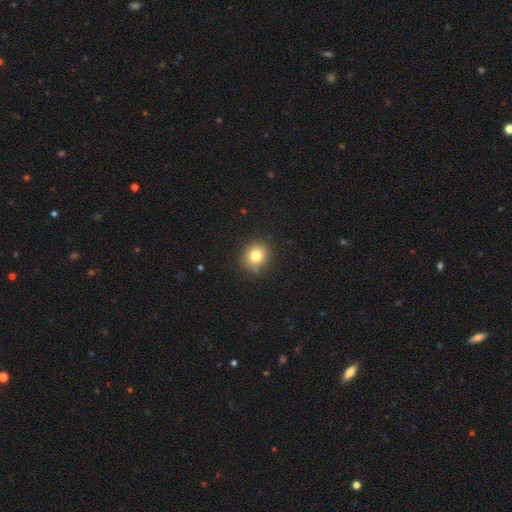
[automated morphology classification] Overall: smooth (80%). How rounded: round (78%). Merging: none (84%).